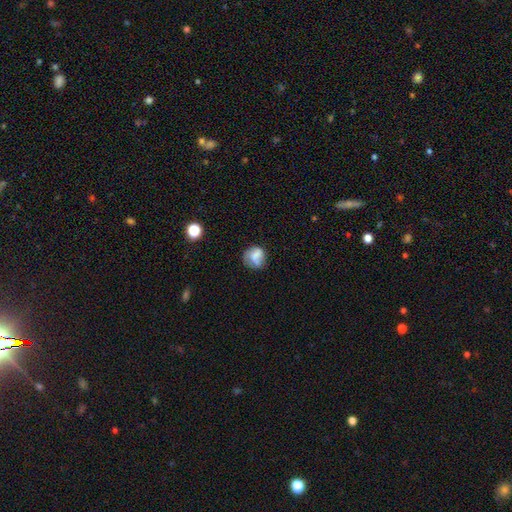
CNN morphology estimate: The model was most divided on "merging": none: 53%, minor disturbance: 27%, major disturbance: 16%, merger: 3%. More confident: how rounded — round (75%); smooth or featured — smooth (61%).